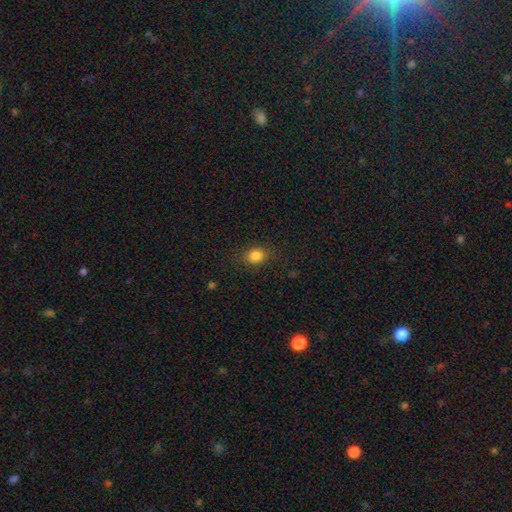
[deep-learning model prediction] A smooth galaxy with no disk features (84%) that is in between round and cigar-shaped (51%).

Vote fractions:
- Smooth or featured? smooth: 84% / star or artifact: 11% / featured or disk: 5%
- How rounded? in between: 51% / round: 47% / cigar-shaped: 1%
- Merging? none: 84% / minor disturbance: 11% / major disturbance: 4% / merger: 1%